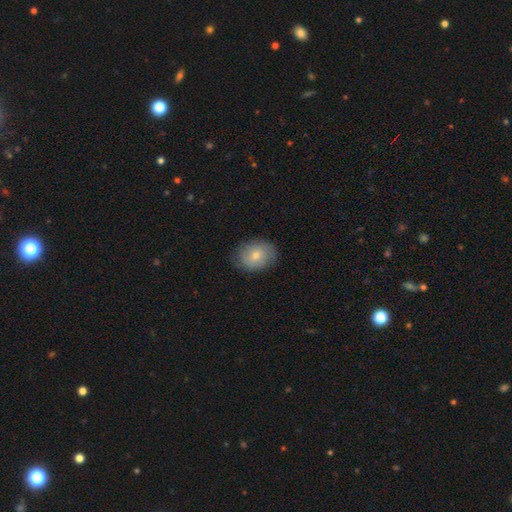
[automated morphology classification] A smooth galaxy with no disk features (72%) that is in between round and cigar-shaped (58%). Merging: none (79%).